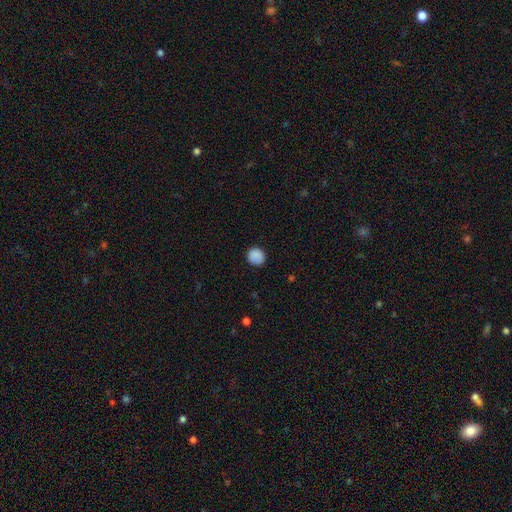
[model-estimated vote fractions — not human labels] Smooth or featured? smooth (88%)
How rounded? round (88%)
Merging? none (86%)